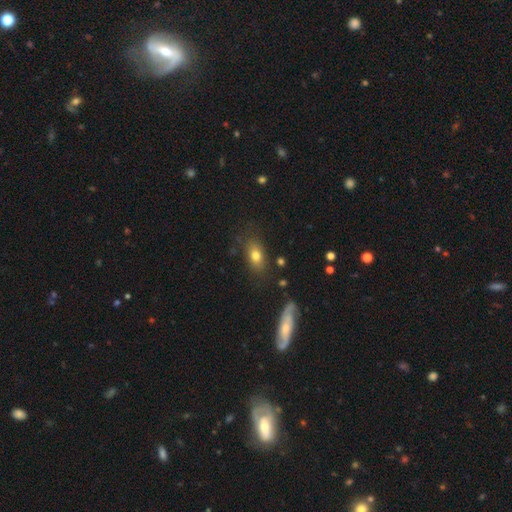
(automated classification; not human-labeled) A smooth galaxy with no disk features (75%) that is in between round and cigar-shaped (81%). Merging: none (76%).